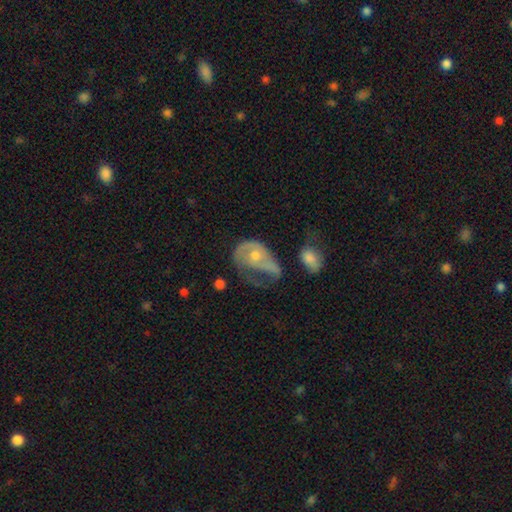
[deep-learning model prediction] A featured or disk galaxy (61%) with no bar (79%), spiral arms (55%) and a moderate central bulge (55%).

Vote fractions:
- Smooth or featured? featured or disk: 61% / smooth: 32% / star or artifact: 7%
- Edge-on disk? no: 96% / yes: 4%
- Bar? no: 79% / weak: 17% / strong: 4%
- Spiral arms? yes: 55% / no: 45%
- Bulge size? moderate: 55% / small: 39% / large: 3% / none: 2% / dominant: 1%
- Merging? major disturbance: 51% / minor disturbance: 22% / none: 17% / merger: 10%